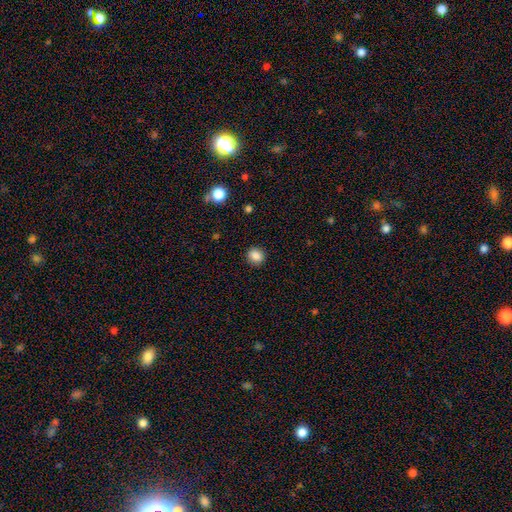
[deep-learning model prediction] Morphology: type=smooth (86%); roundness=round (75%); merging=none (89%).